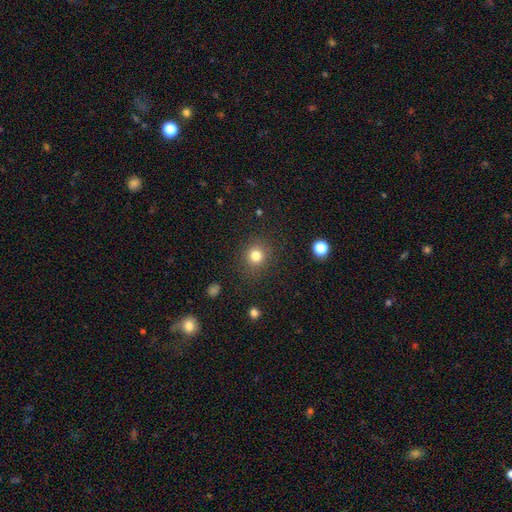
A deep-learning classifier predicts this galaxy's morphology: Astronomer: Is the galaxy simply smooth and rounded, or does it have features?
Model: smooth — 81%.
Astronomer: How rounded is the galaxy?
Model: round — 88%.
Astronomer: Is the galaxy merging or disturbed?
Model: none — 87%.